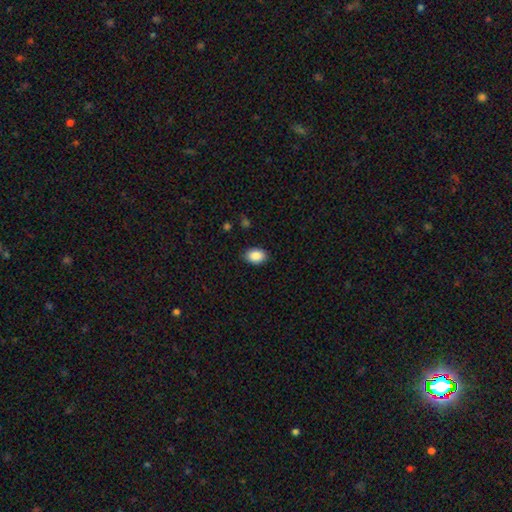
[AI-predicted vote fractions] This is clearly a smooth galaxy (89%). How rounded: likely in between (79%). Merging: clearly none (88%).